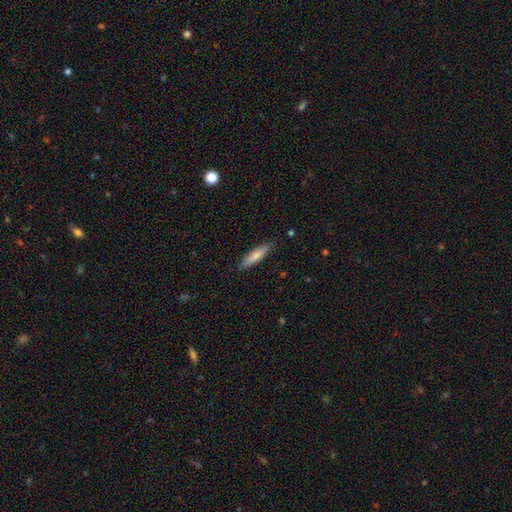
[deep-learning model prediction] Morphology: type=smooth (70%); roundness=cigar-shaped (79%); merging=none (85%).